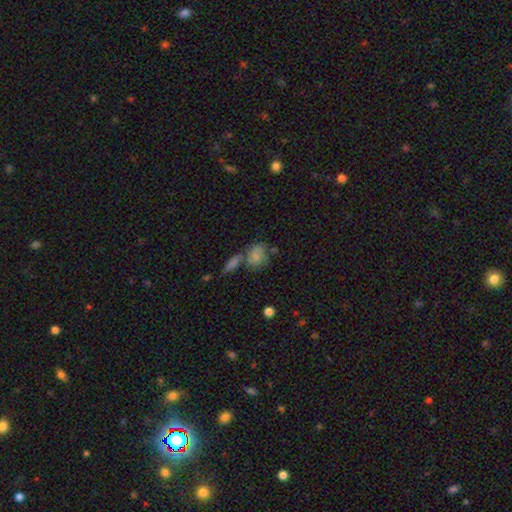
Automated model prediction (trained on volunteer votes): A smooth galaxy with no disk features (75%) that is in between round and cigar-shaped (55%). Merging: none (40%).